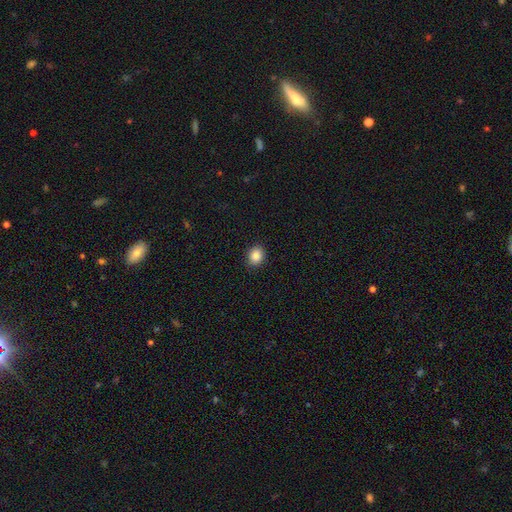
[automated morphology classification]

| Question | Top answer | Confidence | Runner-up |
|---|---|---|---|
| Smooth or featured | smooth | 86% | star or artifact (10%) |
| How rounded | round | 55% | in between (44%) |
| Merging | none | 90% | minor disturbance (7%) |